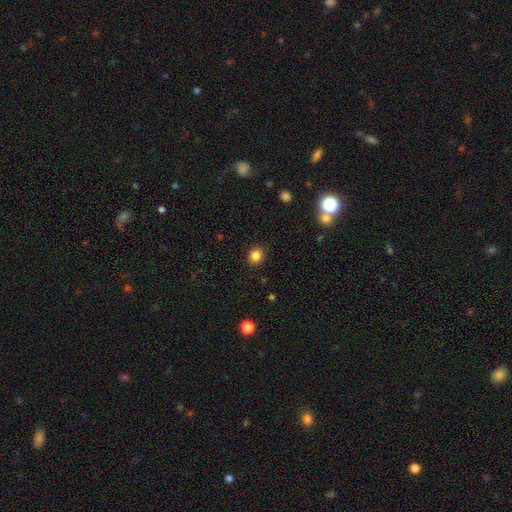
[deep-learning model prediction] This is clearly a smooth galaxy (84%). How rounded: clearly round (86%). Merging: clearly none (91%).